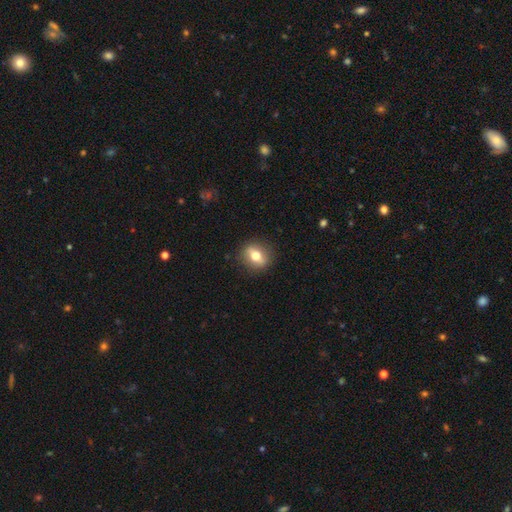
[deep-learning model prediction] A smooth galaxy with no disk features (59%) that is round (57%). Merging: none (87%).